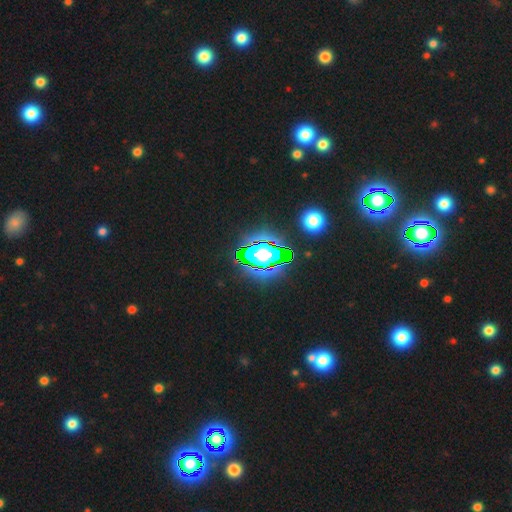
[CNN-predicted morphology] Smooth or featured: star or artifact — 81% (smooth — 11%)